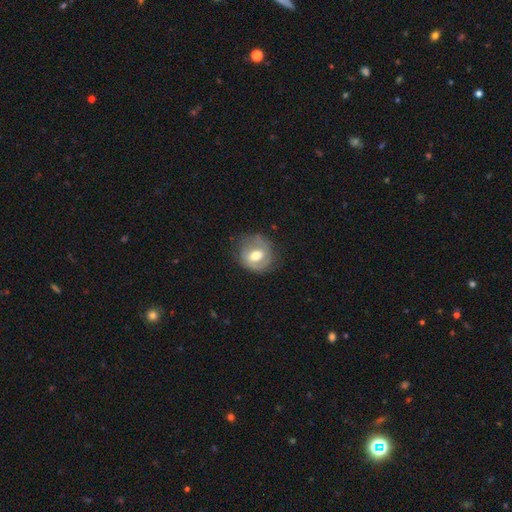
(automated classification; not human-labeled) This appears to be a featured or disk galaxy (47%). Merging: none (65%).